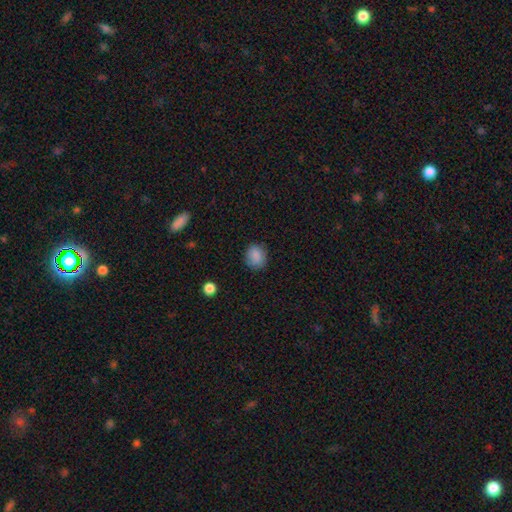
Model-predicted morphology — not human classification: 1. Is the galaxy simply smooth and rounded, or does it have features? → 86% smooth, 9% star or artifact, 5% featured or disk.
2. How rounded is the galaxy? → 64% round, 35% in between, 1% cigar-shaped.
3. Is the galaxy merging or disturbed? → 80% none, 16% minor disturbance, 3% major disturbance, 1% merger.